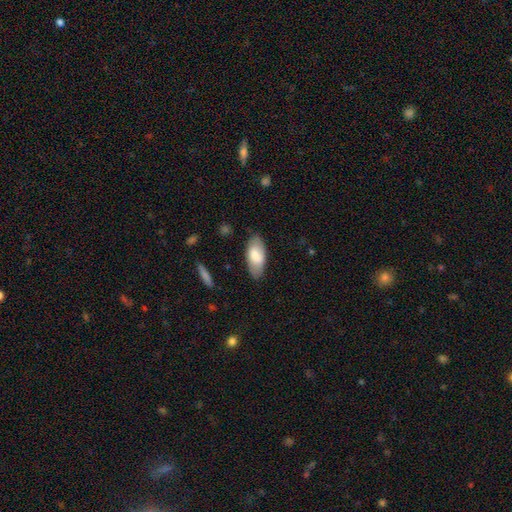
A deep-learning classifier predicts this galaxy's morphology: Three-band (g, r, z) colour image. It shows a smooth galaxy with no disk features (76%) that is in between round and cigar-shaped (89%). Merging: none (82%).